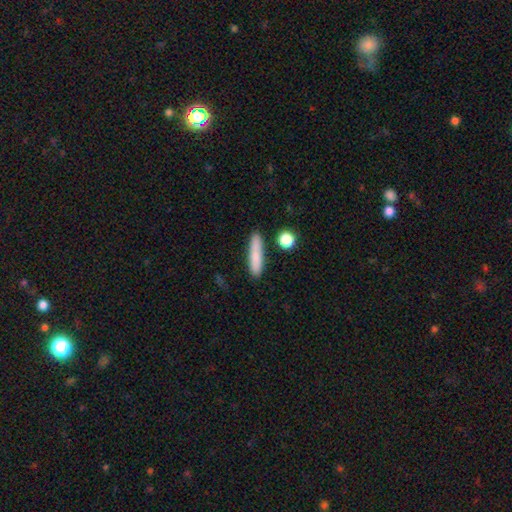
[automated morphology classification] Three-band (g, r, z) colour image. It shows a smooth galaxy with no disk features (81%) that is cigar-shaped (83%). Merging: none (83%).